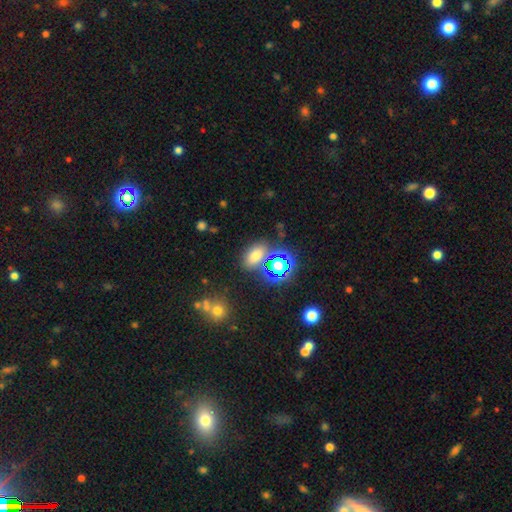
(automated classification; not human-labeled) This is likely a smooth galaxy (67%). How rounded: clearly in between (80%). Merging: likely none (72%).